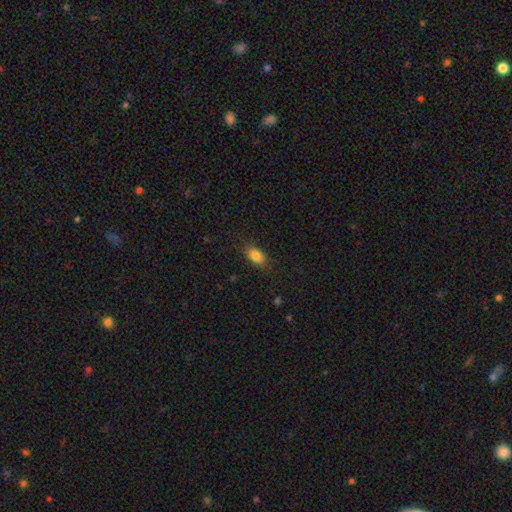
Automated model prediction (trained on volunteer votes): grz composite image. It shows a smooth galaxy with no disk features (85%) that is in between round and cigar-shaped (86%). Merging: none (82%).